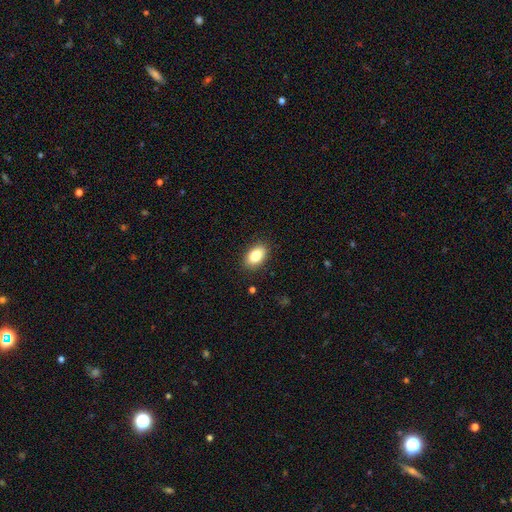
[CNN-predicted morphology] Smooth or featured? Predicted: smooth (p=0.84). How rounded? Predicted: in between (p=0.89). Merging? Predicted: none (p=0.88).